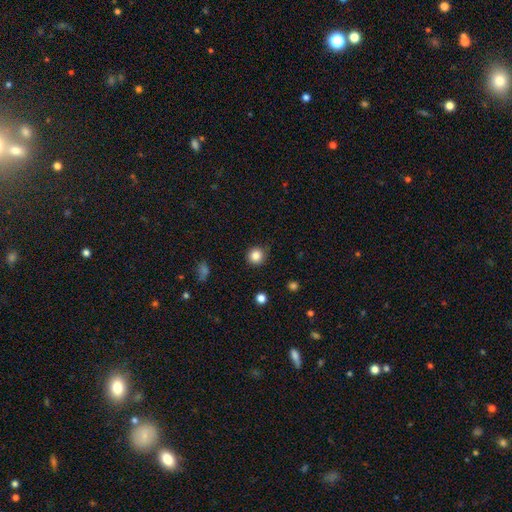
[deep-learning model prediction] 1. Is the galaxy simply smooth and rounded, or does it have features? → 84% smooth, 11% star or artifact, 5% featured or disk.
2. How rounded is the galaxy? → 92% round, 7% in between, 1% cigar-shaped.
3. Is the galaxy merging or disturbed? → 85% none, 12% minor disturbance, 3% major disturbance, 1% merger.